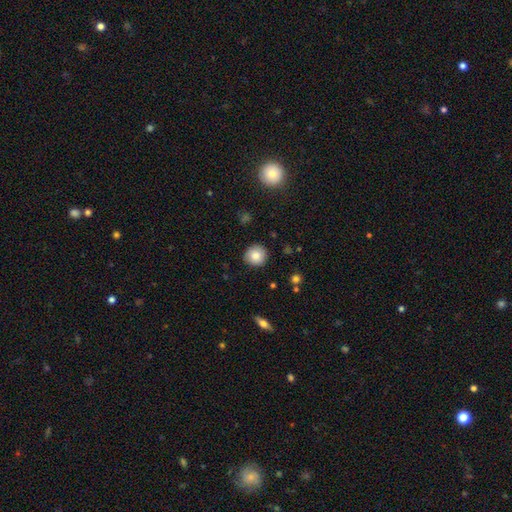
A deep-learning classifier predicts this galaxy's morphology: A smooth galaxy with no disk features (84%) that is round (93%).

Vote fractions:
- Smooth or featured? smooth: 84% / star or artifact: 9% / featured or disk: 7%
- How rounded? round: 93% / in between: 6% / cigar-shaped: 1%
- Merging? none: 90% / minor disturbance: 7% / major disturbance: 2% / merger: 1%